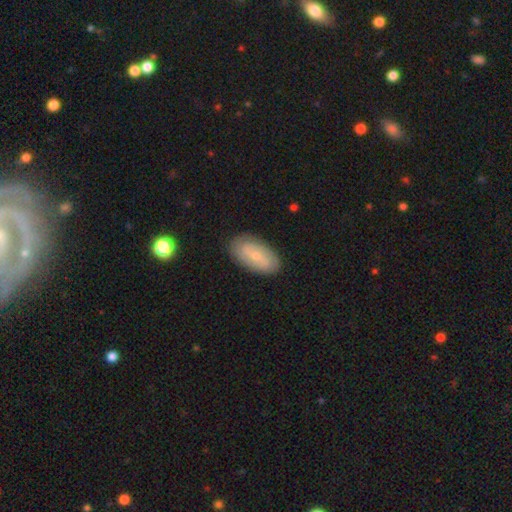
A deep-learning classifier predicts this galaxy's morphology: smooth-or-featured: featured or disk: 51% | smooth: 42% | star or artifact: 7%
  disk-edge-on: no: 92% | yes: 8%
  merging: none: 85% | minor disturbance: 11% | major disturbance: 3% | merger: 1%